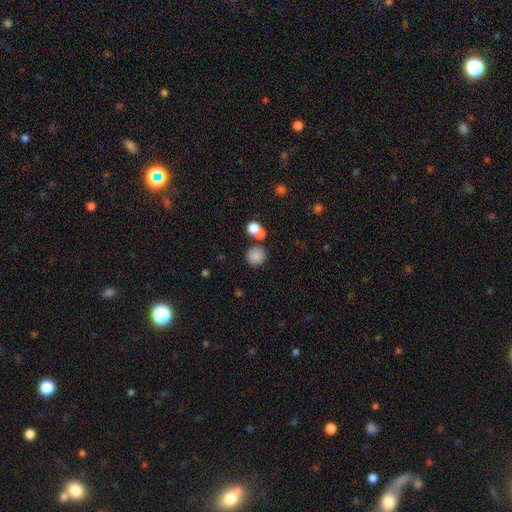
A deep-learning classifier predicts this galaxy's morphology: smooth_or_featured: smooth (p=0.82) [alt: star or artifact p=0.11]
how_rounded: round (p=0.92) [alt: in between p=0.07]
merging: none (p=0.71) [alt: merger p=0.18]